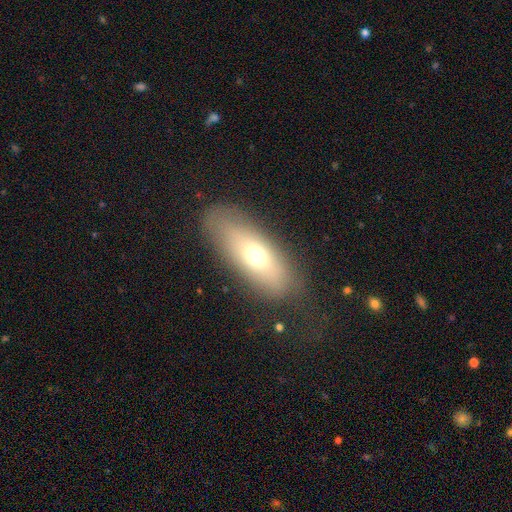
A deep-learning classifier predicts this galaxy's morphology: The model was most divided on "smooth or featured": smooth: 64%, featured or disk: 26%, star or artifact: 10%. More confident: merging — none (71%); how rounded — in between (70%).